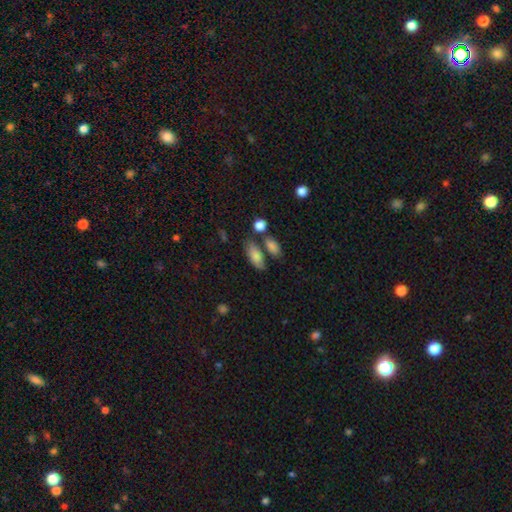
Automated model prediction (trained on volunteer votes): smooth_or_featured: smooth (p=0.81) [alt: featured or disk p=0.12]
how_rounded: in between (p=0.83) [alt: cigar-shaped p=0.13]
merging: none (p=0.58) [alt: minor disturbance p=0.18]